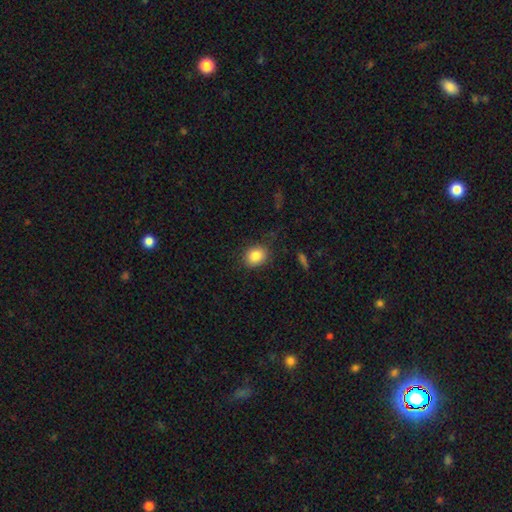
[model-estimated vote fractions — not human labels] A smooth galaxy with no disk features (84%) that is round (56%). Merging: none (82%).